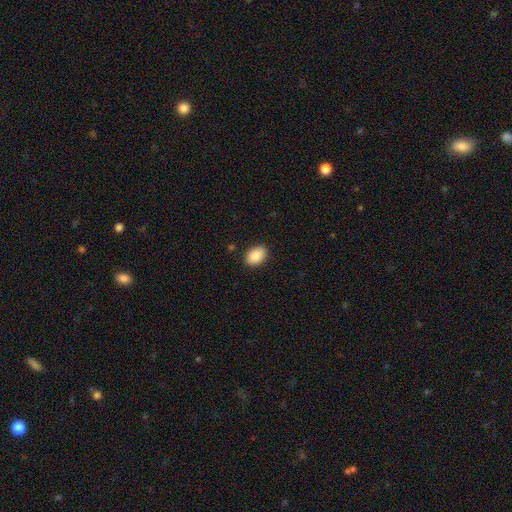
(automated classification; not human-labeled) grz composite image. It shows a smooth galaxy with no disk features (89%) that is in between round and cigar-shaped (83%). Merging: none (89%).